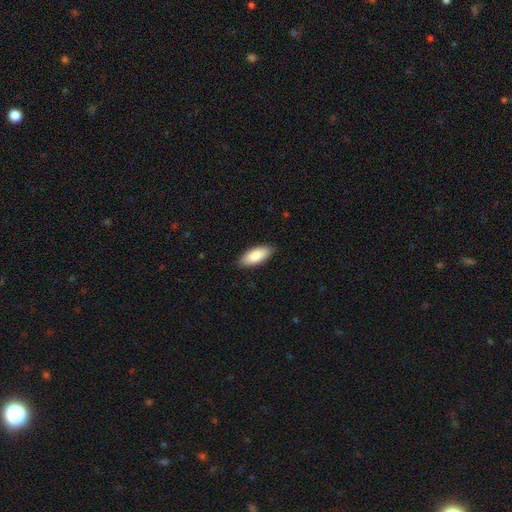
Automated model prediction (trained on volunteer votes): Morphology: type=smooth (86%); roundness=in between (82%); merging=none (89%).